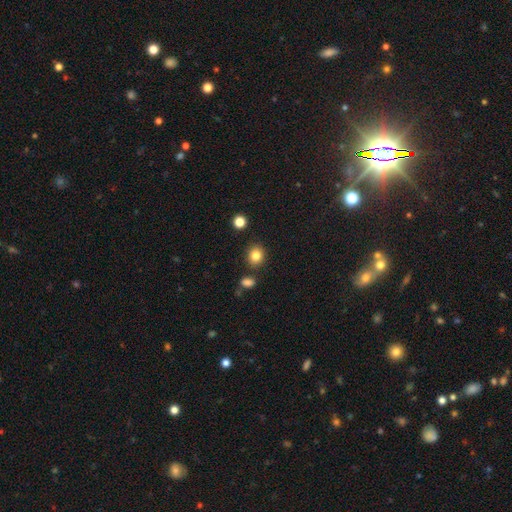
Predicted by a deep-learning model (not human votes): This appears to be a smooth galaxy with no disk features (84%) that is round (74%). Merging: none (85%).